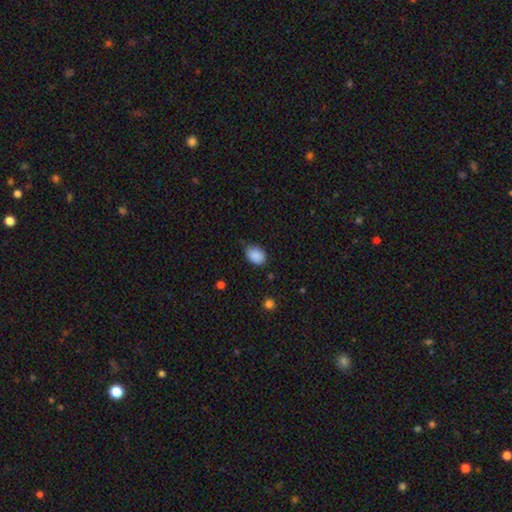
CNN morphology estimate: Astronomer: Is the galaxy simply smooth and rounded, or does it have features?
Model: smooth — 89%.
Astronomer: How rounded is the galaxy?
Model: in between — 75%.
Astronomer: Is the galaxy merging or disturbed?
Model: none — 74%.